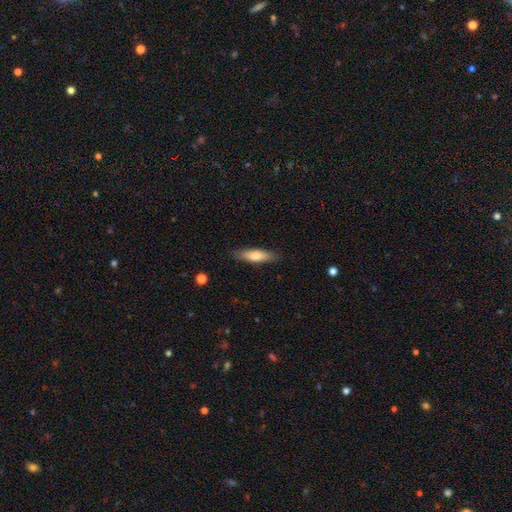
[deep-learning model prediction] Smooth or featured? Predicted: smooth (p=0.71). How rounded? Predicted: cigar-shaped (p=0.64). Merging? Predicted: none (p=0.86).